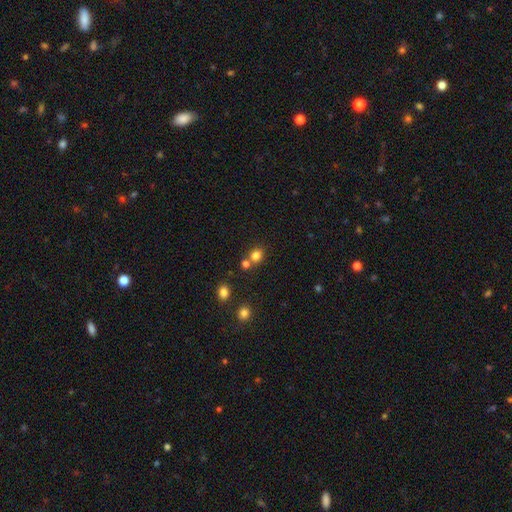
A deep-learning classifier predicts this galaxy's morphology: This is clearly a smooth galaxy (80%). How rounded: likely round (72%). Merging: likely none (62%).